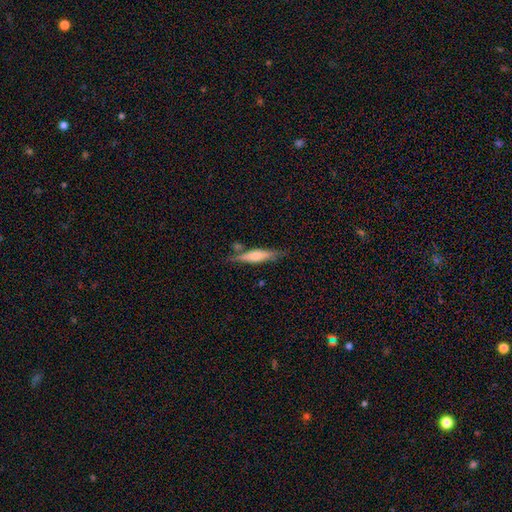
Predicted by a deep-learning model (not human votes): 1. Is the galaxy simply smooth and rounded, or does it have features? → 51% smooth, 42% featured or disk, 6% star or artifact.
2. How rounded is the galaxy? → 79% cigar-shaped, 18% in between, 2% round.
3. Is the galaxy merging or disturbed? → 71% none, 16% minor disturbance, 8% merger, 4% major disturbance.